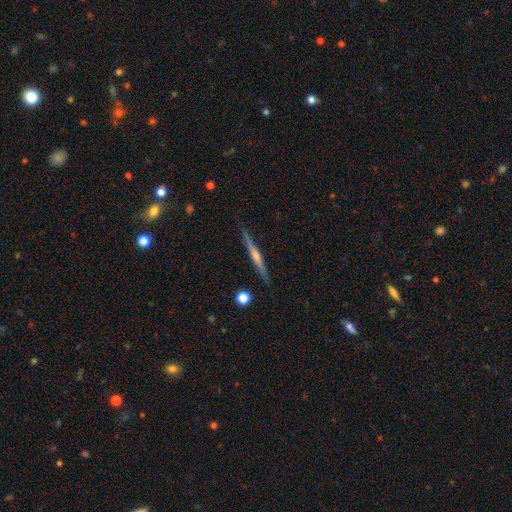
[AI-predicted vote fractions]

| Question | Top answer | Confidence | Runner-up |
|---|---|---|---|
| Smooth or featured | featured or disk | 69% | smooth (25%) |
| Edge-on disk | yes | 98% | no (2%) |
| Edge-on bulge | rounded | 68% | none (26%) |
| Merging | none | 88% | minor disturbance (9%) |